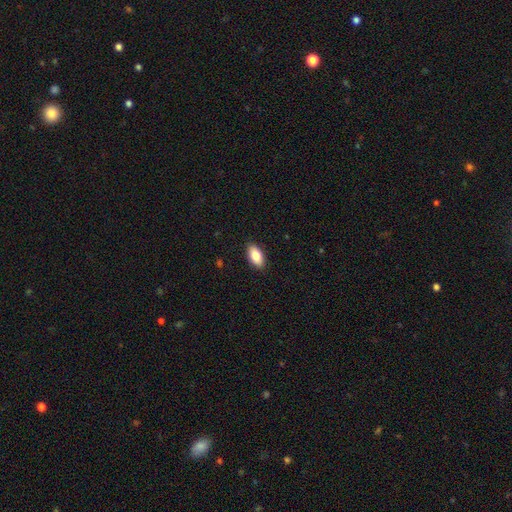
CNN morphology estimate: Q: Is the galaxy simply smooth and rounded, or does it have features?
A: smooth — 83%.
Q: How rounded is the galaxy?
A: in between — 92%.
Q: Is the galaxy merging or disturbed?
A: none — 89%.